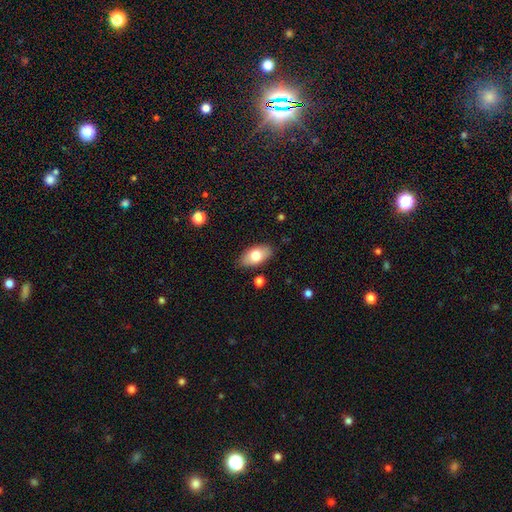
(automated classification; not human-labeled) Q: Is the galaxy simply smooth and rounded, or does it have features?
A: smooth — 76%.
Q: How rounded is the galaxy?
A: in between — 93%.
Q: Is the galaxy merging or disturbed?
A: none — 85%.